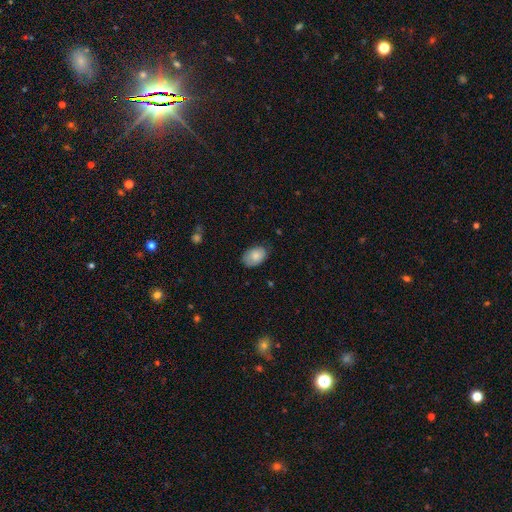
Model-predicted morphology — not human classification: Smooth or featured? Predicted: smooth (p=0.80). How rounded? Predicted: in between (p=0.86). Merging? Predicted: none (p=0.71).